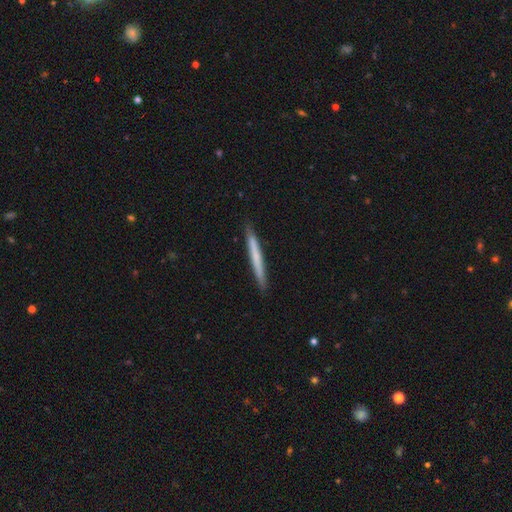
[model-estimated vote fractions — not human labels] This appears to be a smooth galaxy with no disk features (60%) that is cigar-shaped (97%). Merging: none (91%).